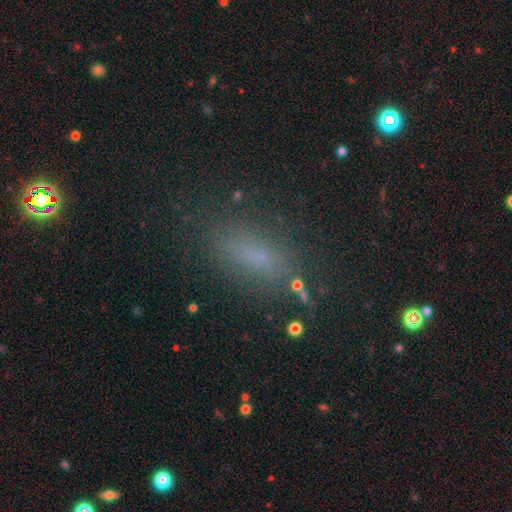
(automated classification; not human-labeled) This is likely a smooth galaxy (68%). How rounded: likely in between (68%). Merging: likely none (75%).